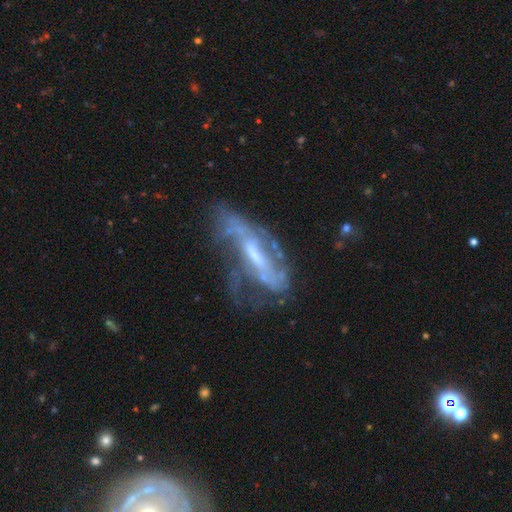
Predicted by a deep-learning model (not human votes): Morphology: type=featured or disk (78%); edge-on=no (81%); bar=weak (39%); spiral arms=yes (73%); bulge=small (41%); merging=none (44%).